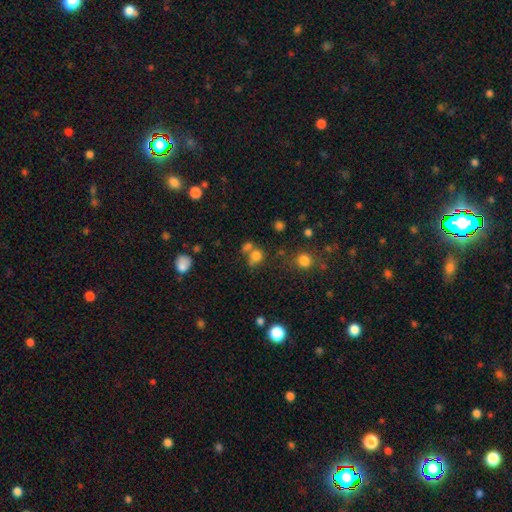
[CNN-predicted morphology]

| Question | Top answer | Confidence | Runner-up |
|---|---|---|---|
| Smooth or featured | smooth | 73% | star or artifact (17%) |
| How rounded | round | 72% | in between (26%) |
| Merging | none | 46% | merger (34%) |